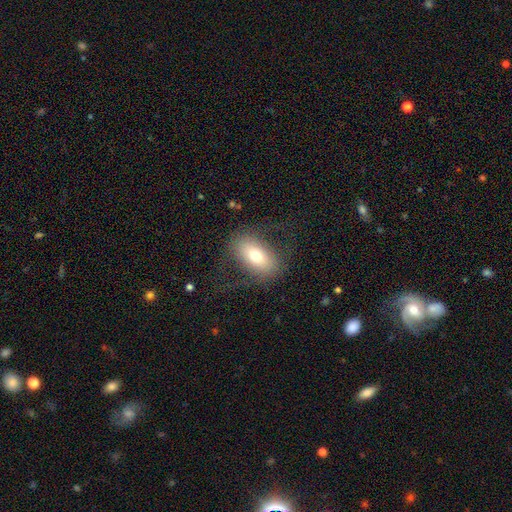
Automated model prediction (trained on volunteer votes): Smooth or featured? smooth (62%)
How rounded? in between (88%)
Merging? none (67%)